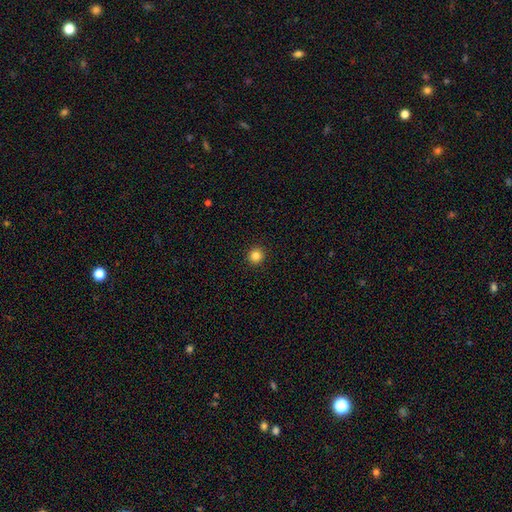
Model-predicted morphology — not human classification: Smooth or featured?
  - smooth: 84% *
  - star or artifact: 12%
  - featured or disk: 4%
How rounded?
  - round: 95% *
  - in between: 4%
  - cigar-shaped: 1%
Merging?
  - none: 93% *
  - minor disturbance: 4%
  - major disturbance: 2%
  - merger: 1%